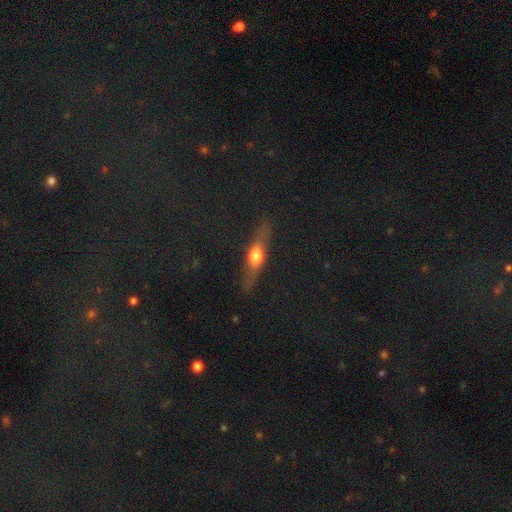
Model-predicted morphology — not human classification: A featured or disk galaxy (45%, tied with smooth).

Vote fractions:
- Smooth or featured? featured or disk: 45% (tied) / smooth: 45% (tied) / star or artifact: 10%
- Merging? none: 81% / minor disturbance: 12% / major disturbance: 5% / merger: 2%